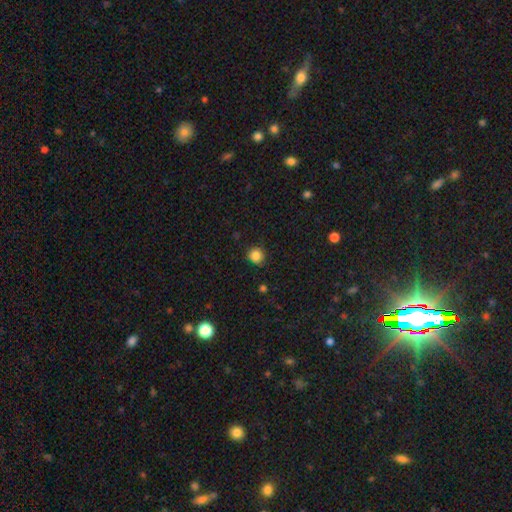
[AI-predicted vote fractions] This appears to be a smooth galaxy with no disk features (85%) that is round (91%). Merging: none (86%).